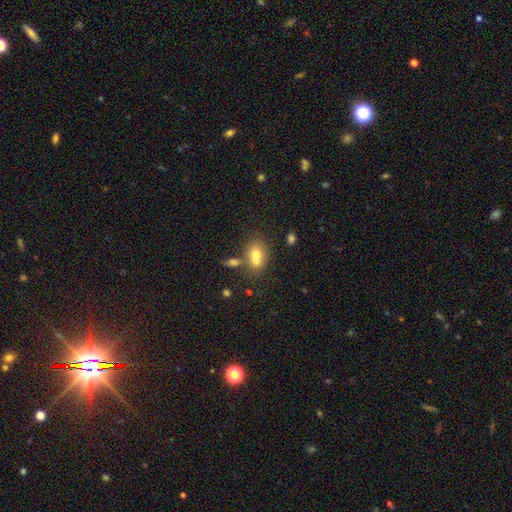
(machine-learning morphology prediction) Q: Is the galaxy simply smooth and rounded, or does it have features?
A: smooth — 71%.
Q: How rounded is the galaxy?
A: in between — 68%.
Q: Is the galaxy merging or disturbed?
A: none — 41%, tied with merger.